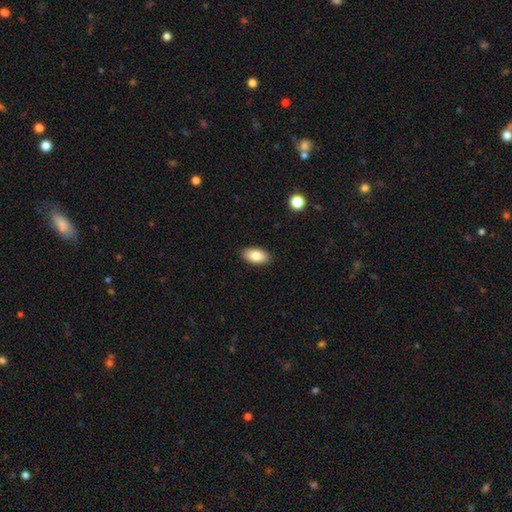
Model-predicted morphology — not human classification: type=smooth (83%); roundness=in between (94%); merging=none (90%).